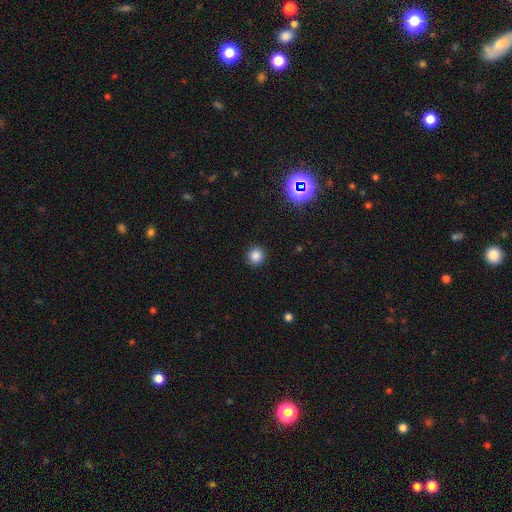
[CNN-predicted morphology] type=smooth (83%); roundness=round (92%); merging=none (91%).